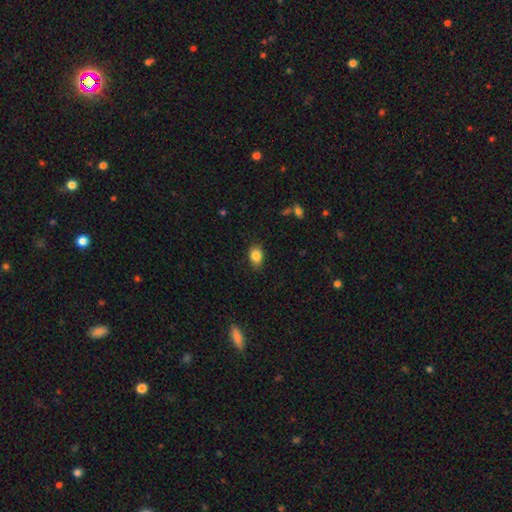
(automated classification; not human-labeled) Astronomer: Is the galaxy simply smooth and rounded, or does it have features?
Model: smooth — 85%.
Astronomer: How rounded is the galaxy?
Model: in between — 77%.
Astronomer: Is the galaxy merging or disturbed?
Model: none — 80%.